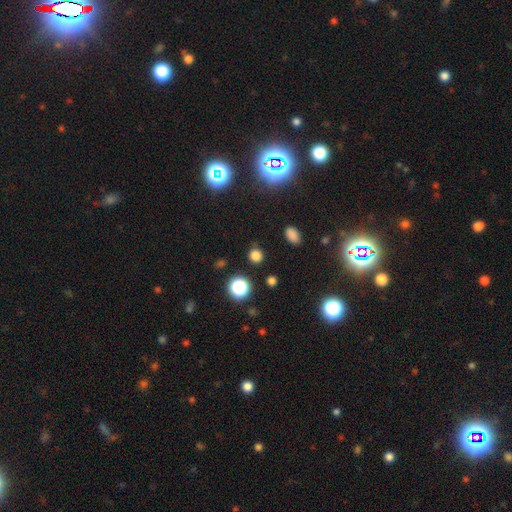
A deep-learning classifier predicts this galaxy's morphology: Overall: smooth (74%). How rounded: round (85%). Merging: none (86%).